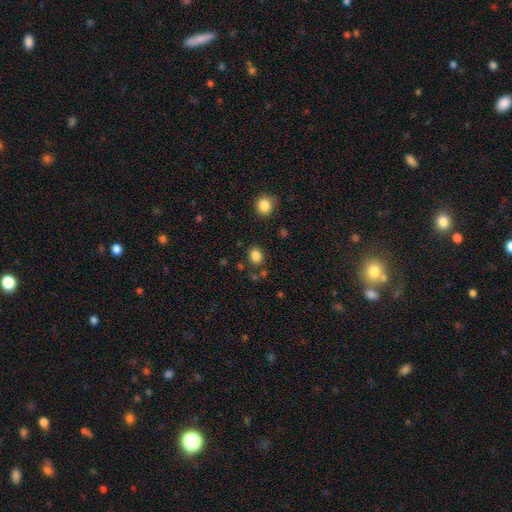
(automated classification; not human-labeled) Smooth or featured? smooth (85%)
How rounded? round (59%)
Merging? none (81%)